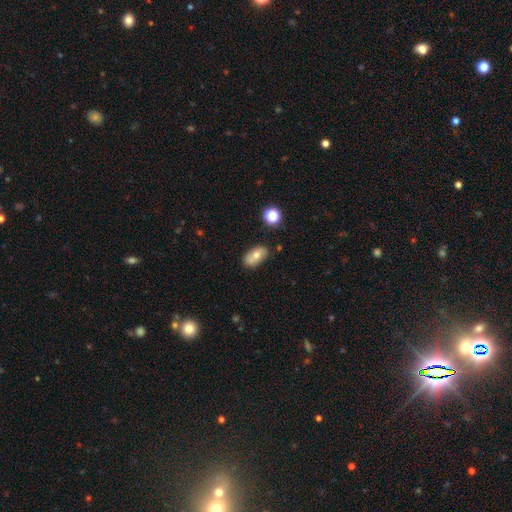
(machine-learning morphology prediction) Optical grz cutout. It shows a smooth galaxy with no disk features (65%) that is in between round and cigar-shaped (89%). Merging: none (73%).